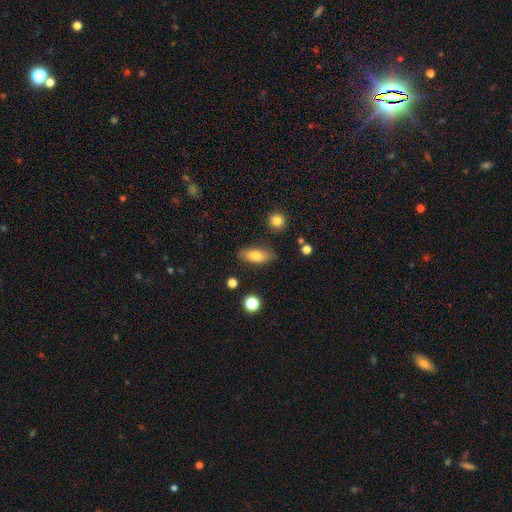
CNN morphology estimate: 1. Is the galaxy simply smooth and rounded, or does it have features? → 75% smooth, 18% featured or disk, 8% star or artifact.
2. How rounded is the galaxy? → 79% in between, 17% cigar-shaped, 4% round.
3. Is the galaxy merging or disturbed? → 82% none, 13% minor disturbance, 3% major disturbance, 2% merger.